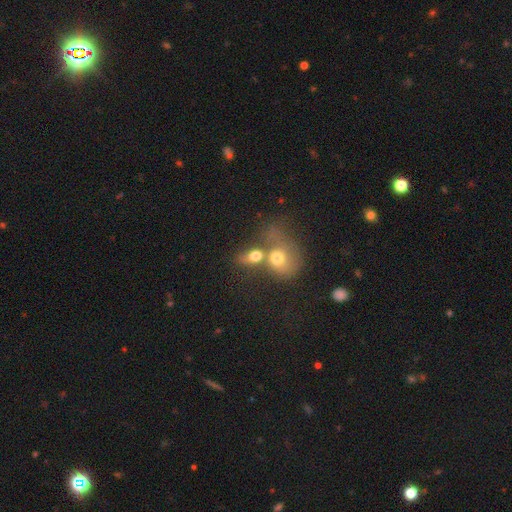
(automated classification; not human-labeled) Smooth or featured? smooth (69%)
How rounded? in between (59%)
Merging? merger (66%)